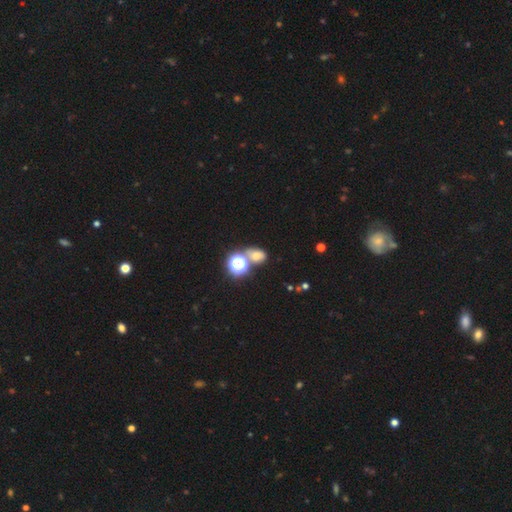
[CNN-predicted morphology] A smooth galaxy with no disk features (61%) that is in between round and cigar-shaped (56%).

Vote fractions:
- Smooth or featured? smooth: 61% / star or artifact: 28% / featured or disk: 11%
- How rounded? in between: 56% / round: 42% / cigar-shaped: 2%
- Merging? none: 56% / merger: 27% / minor disturbance: 12% / major disturbance: 6%